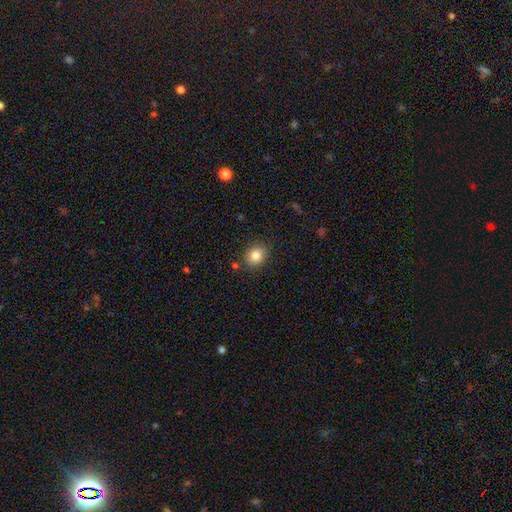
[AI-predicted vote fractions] Smooth or featured? Predicted: smooth (p=0.82). How rounded? Predicted: round (p=0.64). Merging? Predicted: none (p=0.85).